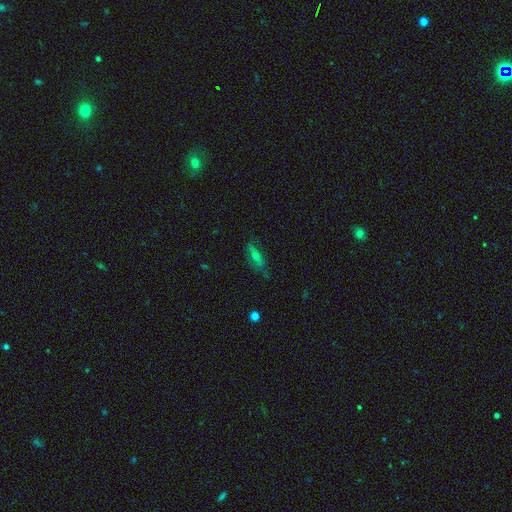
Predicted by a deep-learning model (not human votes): Smooth or featured? Predicted: featured or disk (p=0.46). Merging? Predicted: none (p=0.73).